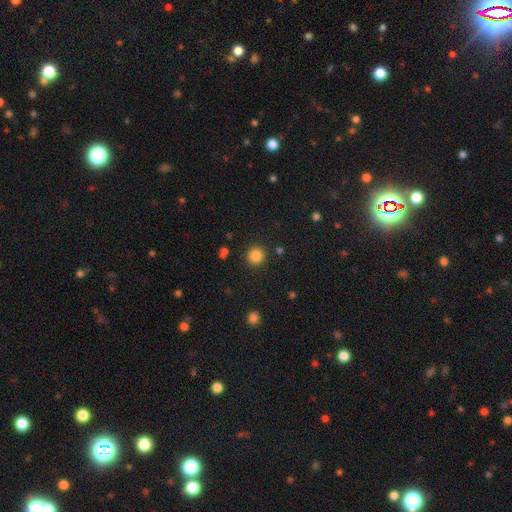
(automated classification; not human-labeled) smooth-or-featured: smooth: 86% | star or artifact: 11% | featured or disk: 3%
  how-rounded: round: 92% | in between: 7% | cigar-shaped: 1%
  merging: none: 91% | minor disturbance: 6% | major disturbance: 2% | merger: 2%